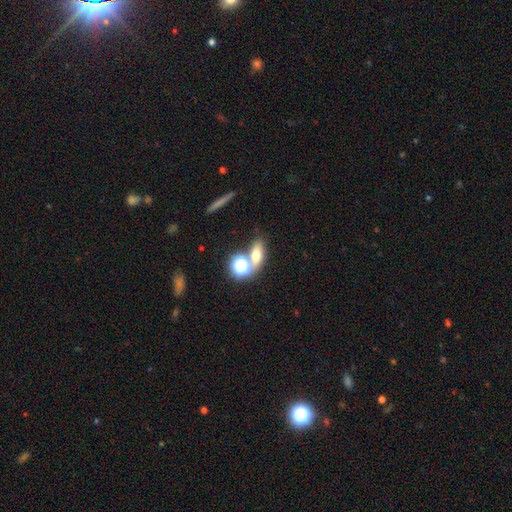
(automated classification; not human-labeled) Smooth or featured? smooth (63%)
How rounded? in between (61%)
Merging? none (58%)